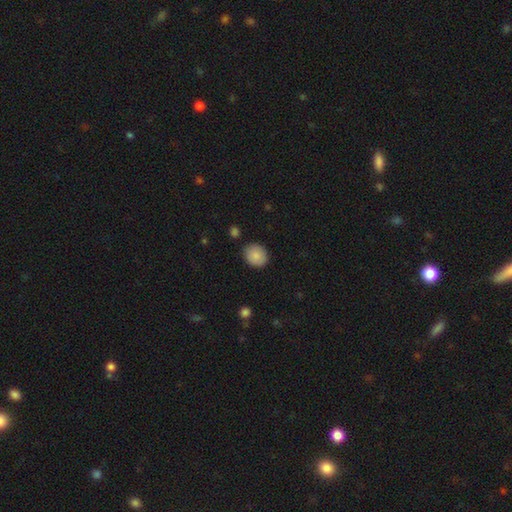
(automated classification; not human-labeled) Smooth or featured?
  - smooth: 87% *
  - star or artifact: 8%
  - featured or disk: 5%
How rounded?
  - round: 62% *
  - in between: 37%
  - cigar-shaped: 1%
Merging?
  - none: 86% *
  - minor disturbance: 10%
  - major disturbance: 2%
  - merger: 2%